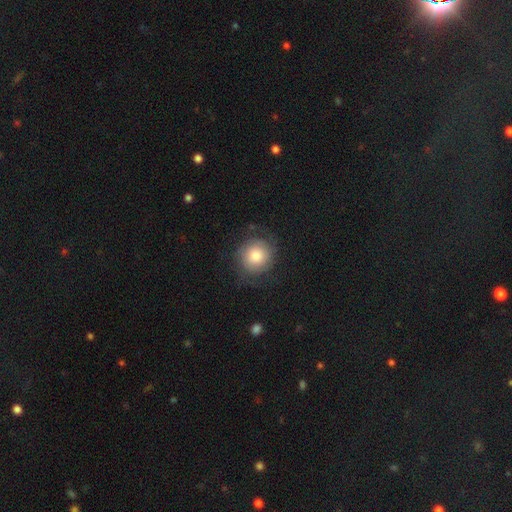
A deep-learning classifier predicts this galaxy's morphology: The model was most divided on "smooth or featured": smooth: 64%, featured or disk: 28%, star or artifact: 8%. More confident: how rounded — round (88%); merging — none (73%).